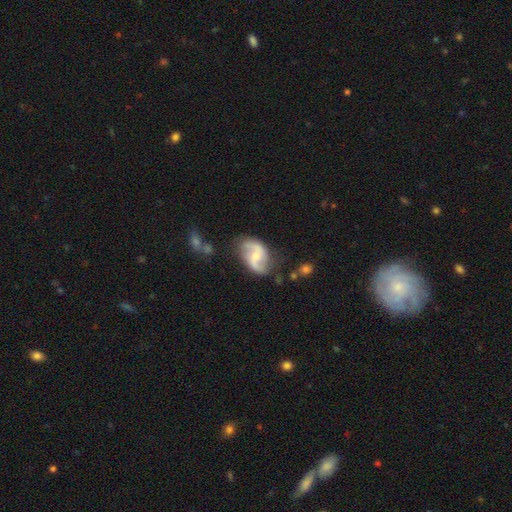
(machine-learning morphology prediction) A featured or disk galaxy (79%) with a weak bar (48%), 2 (91%) loose (58%) spiral arms (94%) and a small central bulge (45%).

Vote fractions:
- Smooth or featured? featured or disk: 79% / smooth: 15% / star or artifact: 6%
- Edge-on disk? no: 98% / yes: 2%
- Bar? weak: 48% / no: 36% / strong: 16%
- Spiral arms? yes: 94% / no: 6%
- Spiral winding? loose: 58% / medium: 33% / tight: 9%
- Spiral arm count? 2: 91% / can't tell: 4% / 1: 2% / 3: 1% / 4: 1% / more than 4: 1%
- Bulge size? small: 45% / moderate: 37% / none: 13% / large: 4% / dominant: 1%
- Merging? none: 69% / minor disturbance: 20% / major disturbance: 8% / merger: 4%